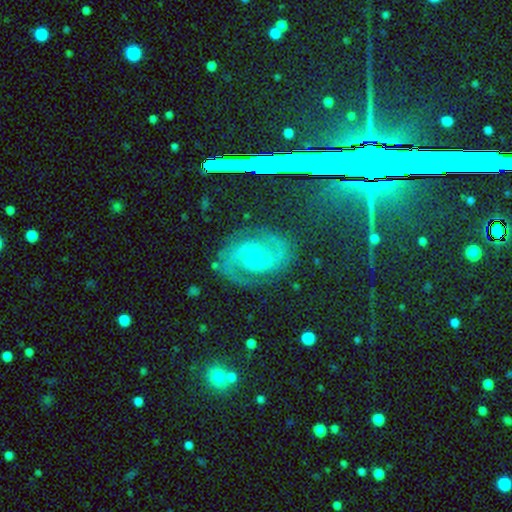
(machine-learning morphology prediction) Smooth or featured? featured or disk (82%)
Edge-on disk? no (97%)
Bar? weak (45%)
Spiral arms? yes (97%)
Spiral winding? medium (52%)
Spiral arm count? 2 (85%)
Bulge size? small (60%)
Merging? none (79%)